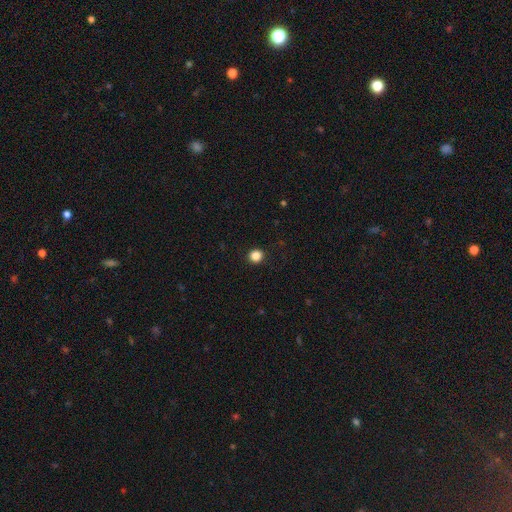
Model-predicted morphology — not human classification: type=smooth (86%); roundness=round (93%); merging=none (93%).